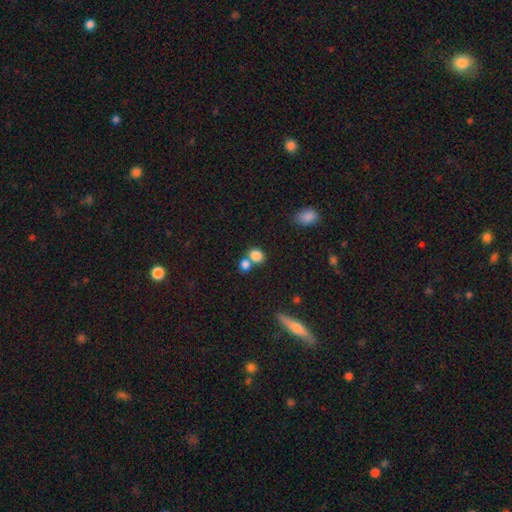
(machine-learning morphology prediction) Smooth or featured: smooth — 82% (star or artifact — 11%)
How rounded: round — 62% (in between — 36%)
Merging: none — 47% (merger — 41%)